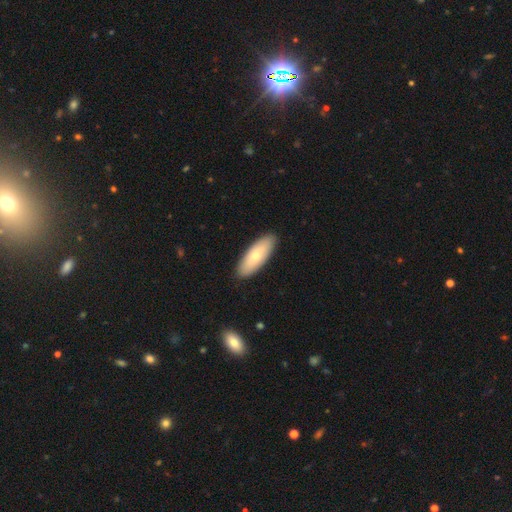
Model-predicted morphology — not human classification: A smooth galaxy with no disk features (69%) that is in between round and cigar-shaped (72%). Merging: none (90%).